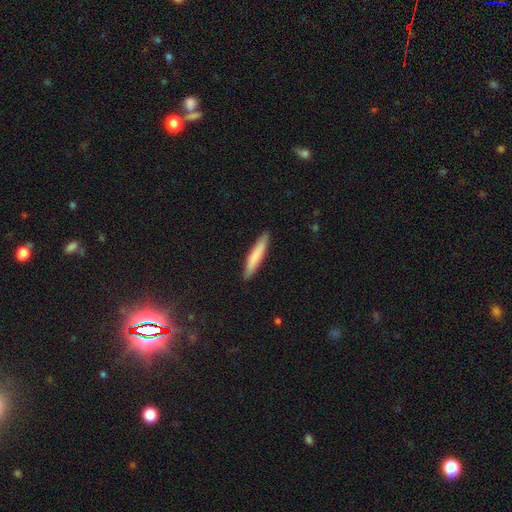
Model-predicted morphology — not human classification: smooth-or-featured: smooth: 79% | featured or disk: 16% | star or artifact: 5%
  how-rounded: cigar-shaped: 91% | in between: 7% | round: 1%
  merging: none: 91% | minor disturbance: 7% | major disturbance: 1% | merger: 1%